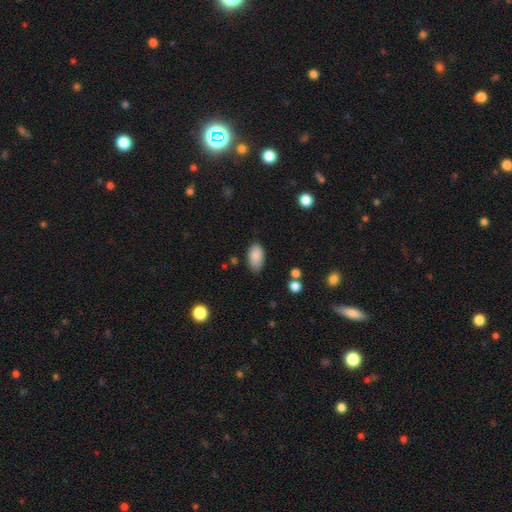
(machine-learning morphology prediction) The model was most divided on "merging": none: 75%, minor disturbance: 19%, major disturbance: 4%, merger: 2%. More confident: how rounded — in between (94%); smooth or featured — smooth (87%).